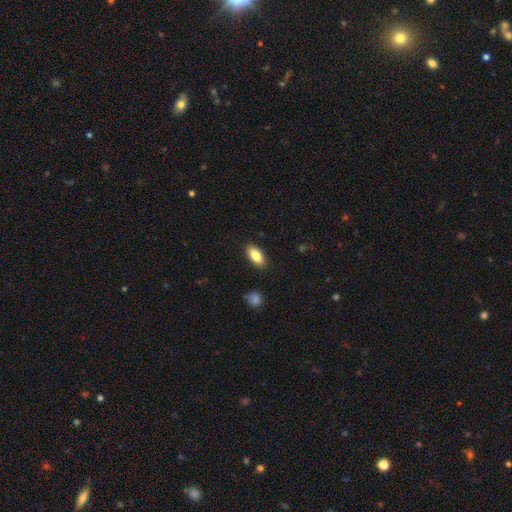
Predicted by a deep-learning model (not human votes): Overall: smooth (84%). How rounded: in between (89%). Merging: none (88%).